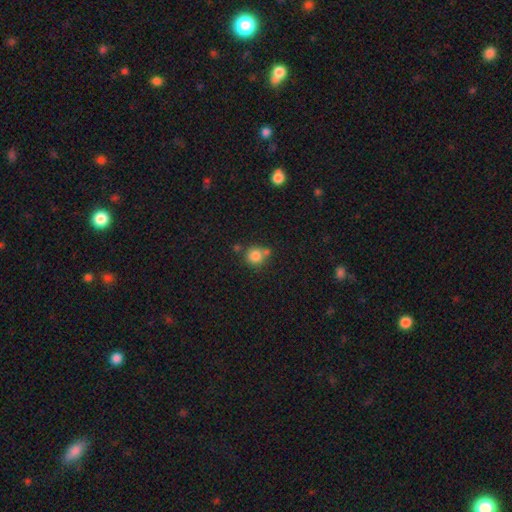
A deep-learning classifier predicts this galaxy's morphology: This is clearly a smooth galaxy (82%). How rounded: clearly round (90%). Merging: likely none (61%).